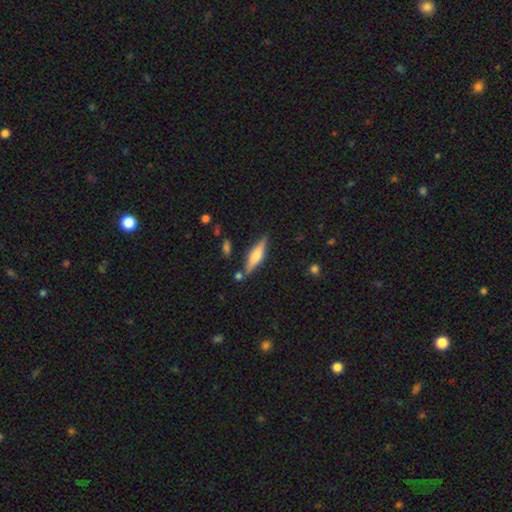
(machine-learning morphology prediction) Overall: featured or disk (55%; smooth 39%). Edge-on disk: yes (95%). Edge-on bulge: rounded (79%). Merging: none (82%).